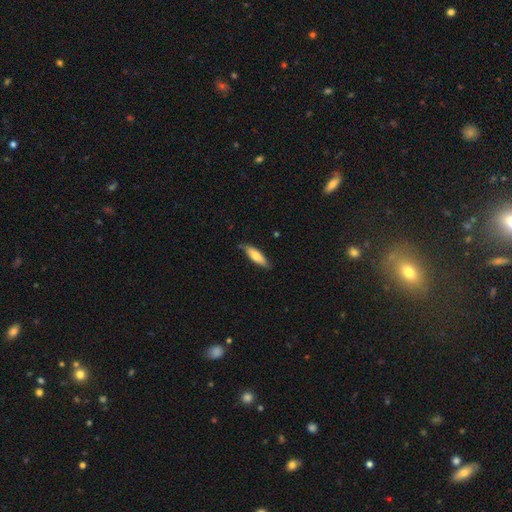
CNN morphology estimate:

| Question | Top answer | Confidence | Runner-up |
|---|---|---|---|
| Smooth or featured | smooth | 71% | featured or disk (23%) |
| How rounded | cigar-shaped | 49% | tied: in between (49%) |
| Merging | none | 80% | minor disturbance (16%) |